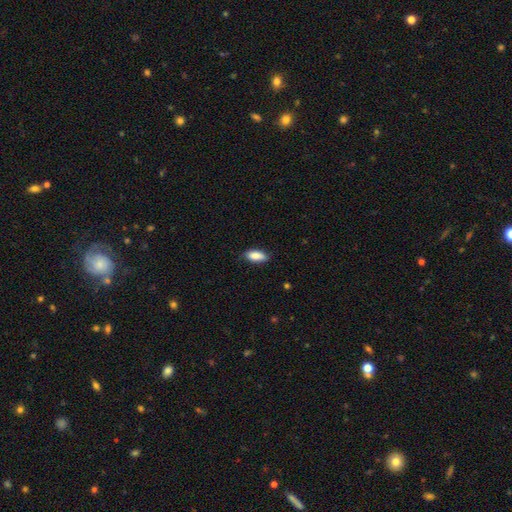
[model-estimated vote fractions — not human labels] Smooth or featured: smooth — 86% (featured or disk — 8%)
How rounded: in between — 82% (cigar-shaped — 16%)
Merging: none — 79% (minor disturbance — 17%)